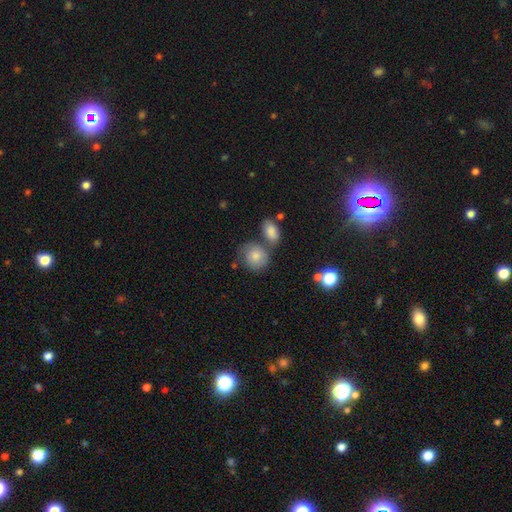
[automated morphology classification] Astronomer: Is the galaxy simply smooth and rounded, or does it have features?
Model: smooth — 69%.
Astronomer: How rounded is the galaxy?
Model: round — 77%.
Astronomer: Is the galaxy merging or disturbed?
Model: none — 54%.